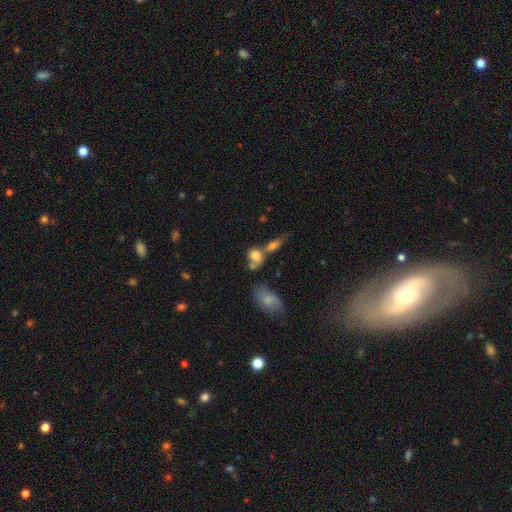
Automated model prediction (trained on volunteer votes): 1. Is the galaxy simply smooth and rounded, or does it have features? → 76% smooth, 13% featured or disk, 10% star or artifact.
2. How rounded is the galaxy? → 54% in between, 42% round, 5% cigar-shaped.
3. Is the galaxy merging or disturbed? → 45% merger, 35% none, 13% minor disturbance, 8% major disturbance.